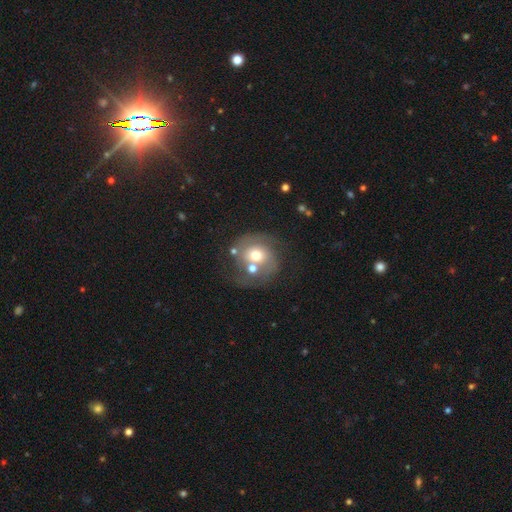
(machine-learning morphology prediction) smooth_or_featured: featured or disk (p=0.62) [alt: smooth p=0.29]
disk_edge_on: no (p=0.98) [alt: yes p=0.02]
bar: no (p=0.79) [alt: weak p=0.17]
has_spiral_arms: yes (p=0.78) [alt: no p=0.22]
bulge_size: moderate (p=0.67) [alt: small p=0.19]
merging: none (p=0.45) [alt: merger p=0.23]